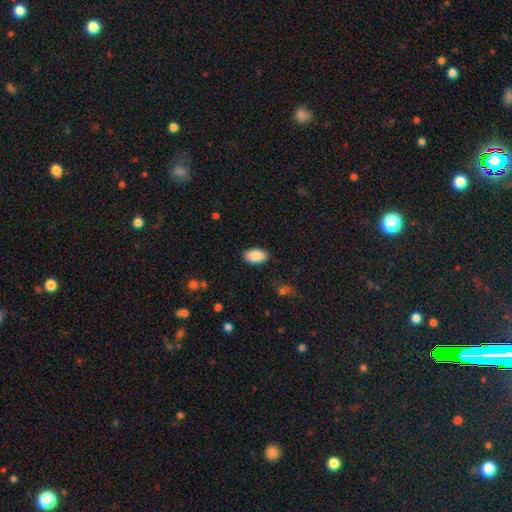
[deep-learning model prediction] Q: Smooth or featured?
A: smooth (90%); runner-up: star or artifact (7%)
Q: How rounded?
A: in between (94%); runner-up: round (5%)
Q: Merging?
A: none (88%); runner-up: minor disturbance (9%)